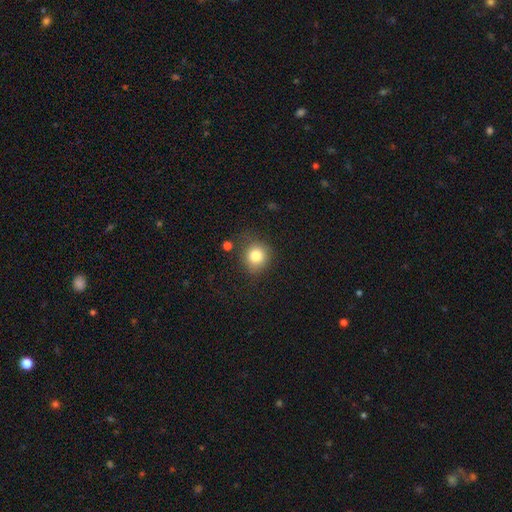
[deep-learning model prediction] Smooth or featured?
  - smooth: 81% *
  - star or artifact: 11%
  - featured or disk: 8%
How rounded?
  - round: 86% *
  - in between: 13%
  - cigar-shaped: 1%
Merging?
  - none: 75% *
  - minor disturbance: 16%
  - major disturbance: 5%
  - merger: 4%